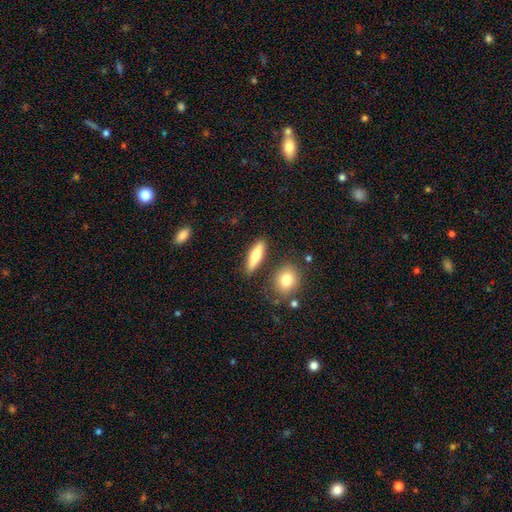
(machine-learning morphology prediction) type=smooth (66%); roundness=cigar-shaped (61%); merging=none (84%).